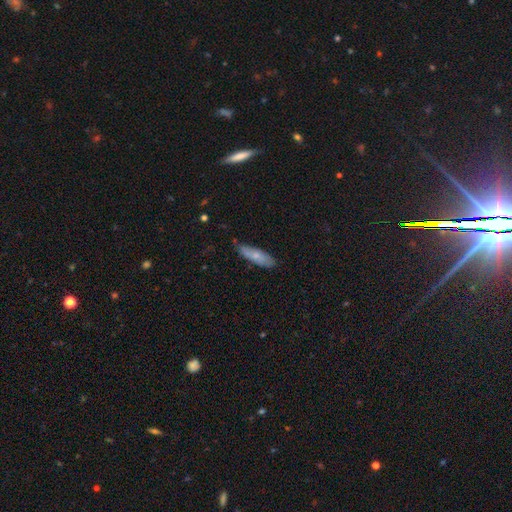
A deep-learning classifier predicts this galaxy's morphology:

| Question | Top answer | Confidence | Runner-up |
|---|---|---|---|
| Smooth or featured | smooth | 69% | featured or disk (25%) |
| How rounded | cigar-shaped | 54% | in between (44%) |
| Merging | none | 75% | minor disturbance (20%) |